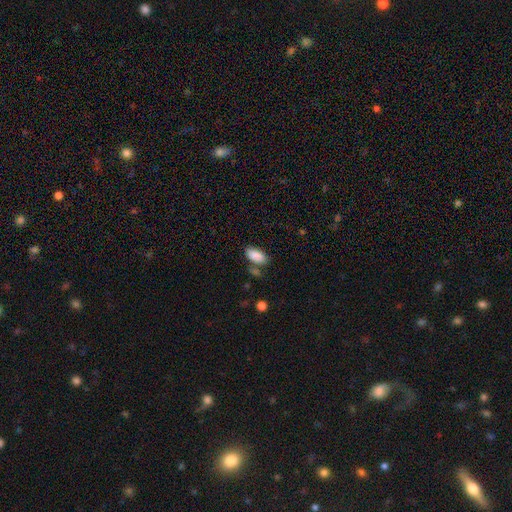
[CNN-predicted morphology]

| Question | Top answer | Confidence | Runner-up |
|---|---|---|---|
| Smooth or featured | smooth | 88% | star or artifact (7%) |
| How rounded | in between | 92% | cigar-shaped (6%) |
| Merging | none | 67% | minor disturbance (16%) |